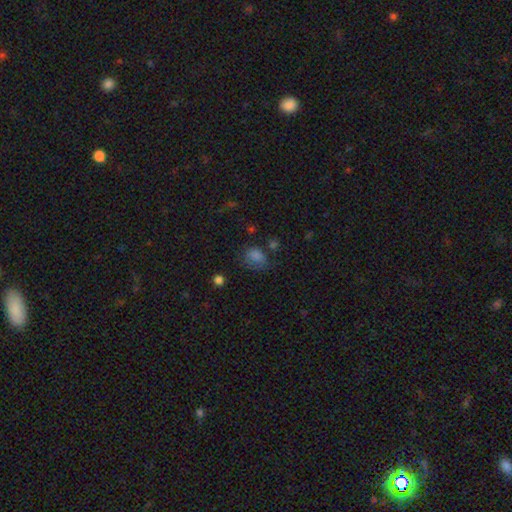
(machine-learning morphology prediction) Smooth or featured? smooth (73%)
How rounded? in between (58%)
Merging? none (51%)